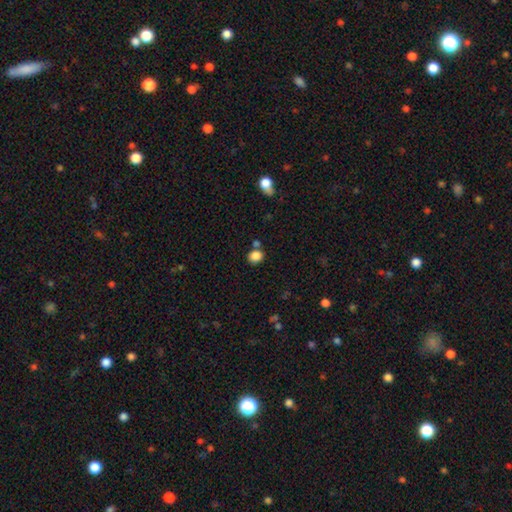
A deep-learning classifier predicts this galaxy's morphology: type=smooth (85%); roundness=round (65%); merging=none (68%).